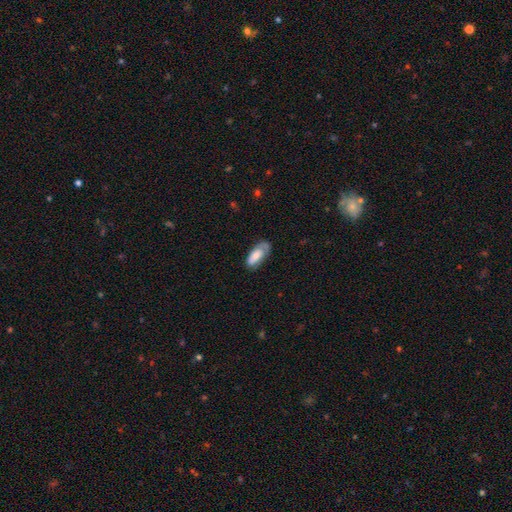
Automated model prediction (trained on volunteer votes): This is likely a smooth galaxy (70%). How rounded: clearly in between (83%). Merging: possibly none (58%).